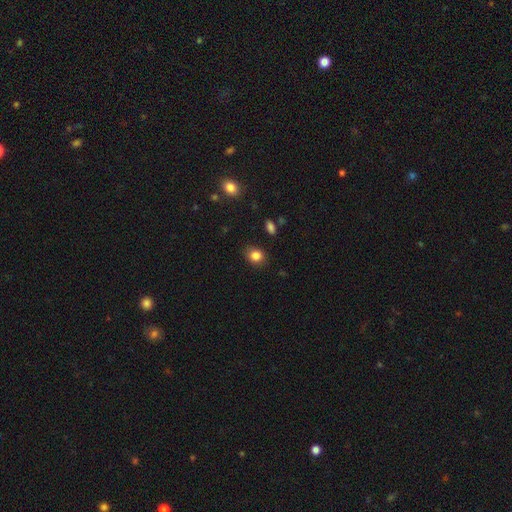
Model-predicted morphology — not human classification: smooth 85%, star or artifact 11%, featured or disk 5%. Down the decision tree: how rounded — round (60%); merging — none (82%).